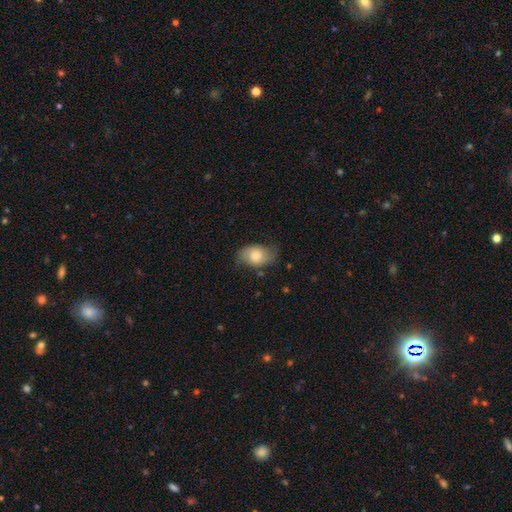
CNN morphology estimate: Smooth or featured?
  - smooth: 64% *
  - featured or disk: 28%
  - star or artifact: 7%
How rounded?
  - in between: 78% *
  - round: 21%
  - cigar-shaped: 1%
Merging?
  - none: 62% *
  - minor disturbance: 28%
  - major disturbance: 9%
  - merger: 1%